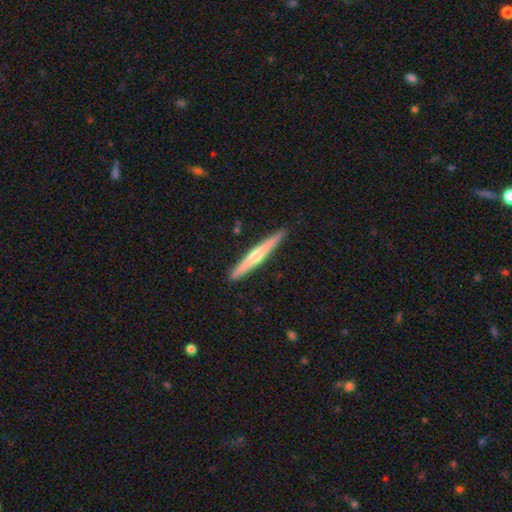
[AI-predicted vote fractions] Smooth or featured? featured or disk (66%)
Edge-on disk? yes (98%)
Edge-on bulge? rounded (80%)
Merging? none (92%)